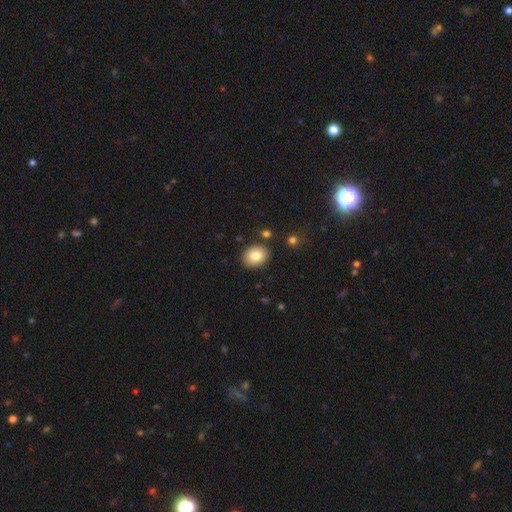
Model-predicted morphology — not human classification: This is clearly a smooth galaxy (81%). How rounded: possibly round (53%). Merging: clearly none (86%).